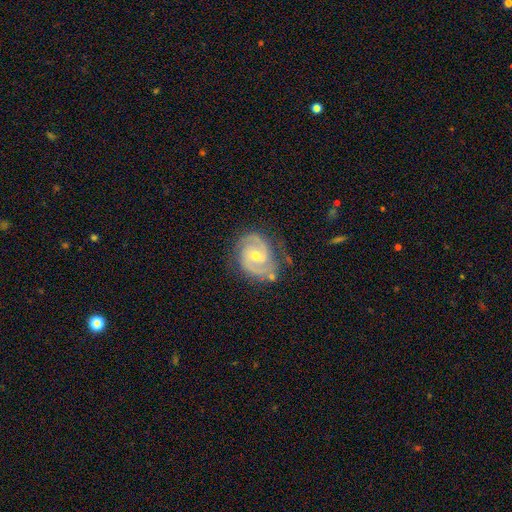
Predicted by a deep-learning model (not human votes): smooth_or_featured: featured or disk (p=0.87) [alt: smooth p=0.08]
disk_edge_on: no (p=0.98) [alt: yes p=0.02]
bar: no (p=0.50) [alt: weak p=0.42]
has_spiral_arms: yes (p=0.97) [alt: no p=0.03]
spiral_winding: medium (p=0.50) [alt: tight p=0.40]
spiral_arm_count: 2 (p=0.85) [alt: can't tell p=0.05]
bulge_size: small (p=0.53) [alt: moderate p=0.44]
merging: none (p=0.72) [alt: minor disturbance p=0.19]